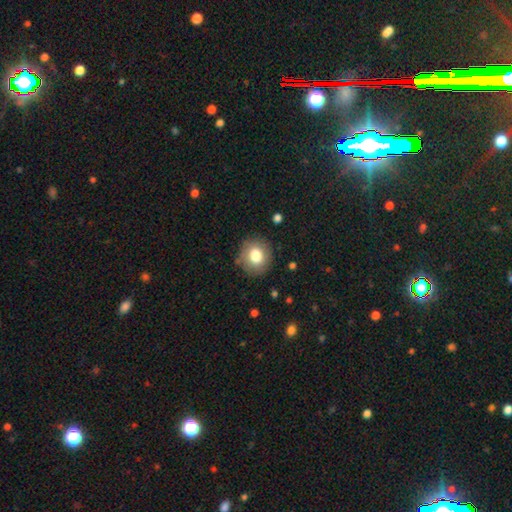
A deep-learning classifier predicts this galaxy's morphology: Smooth or featured? Predicted: smooth (p=0.78). How rounded? Predicted: round (p=0.82). Merging? Predicted: none (p=0.85).